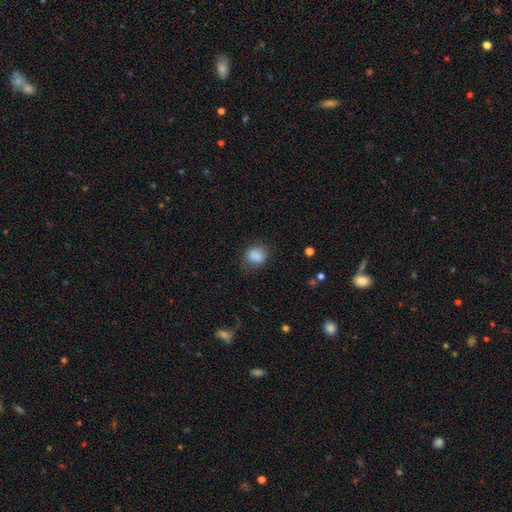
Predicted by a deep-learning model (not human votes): Morphology: type=smooth (83%); roundness=round (51%); merging=none (69%).